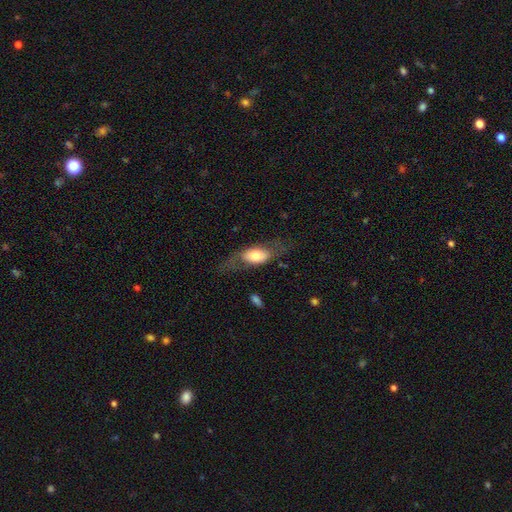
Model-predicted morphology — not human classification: Overall: smooth (55%; featured or disk 39%). How rounded: in between (82%). Merging: none (57%; major disturbance 20%).